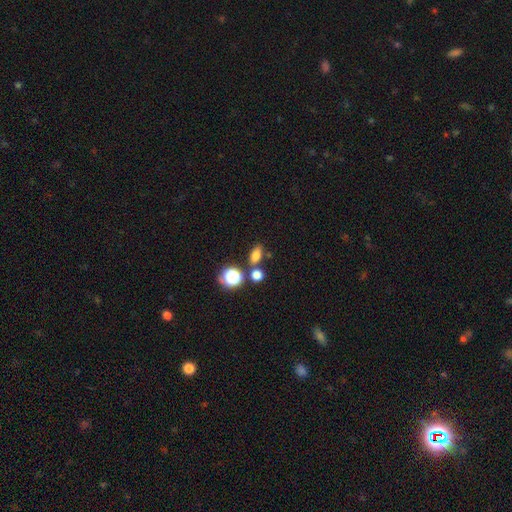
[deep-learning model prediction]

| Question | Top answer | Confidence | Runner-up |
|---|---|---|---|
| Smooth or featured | smooth | 72% | star or artifact (18%) |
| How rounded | in between | 72% | round (22%) |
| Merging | none | 71% | merger (14%) |